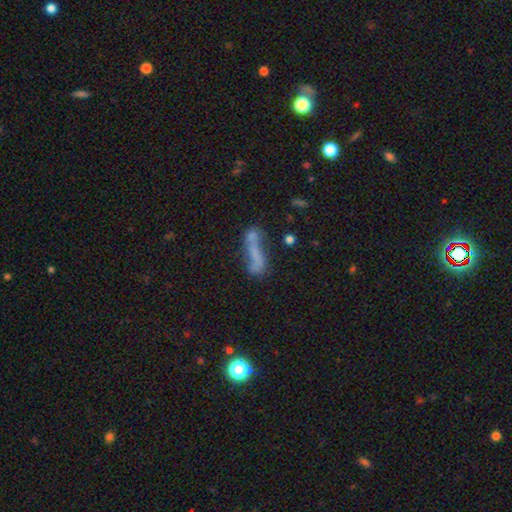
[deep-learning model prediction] A smooth galaxy with no disk features (54%) that is cigar-shaped (62%). Merging: none (33%).